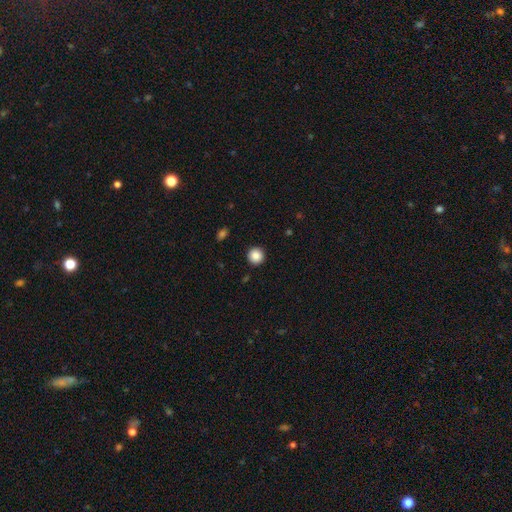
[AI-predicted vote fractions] Morphology: type=smooth (87%); roundness=round (95%); merging=none (93%).